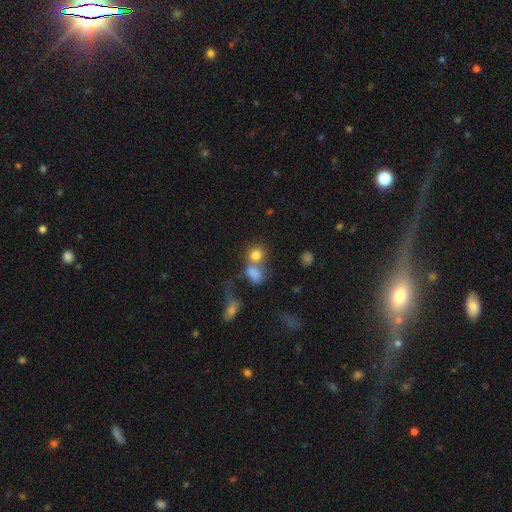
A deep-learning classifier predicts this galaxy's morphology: This appears to be a smooth galaxy with no disk features (78%) that is round (73%). Merging: merger (47%).